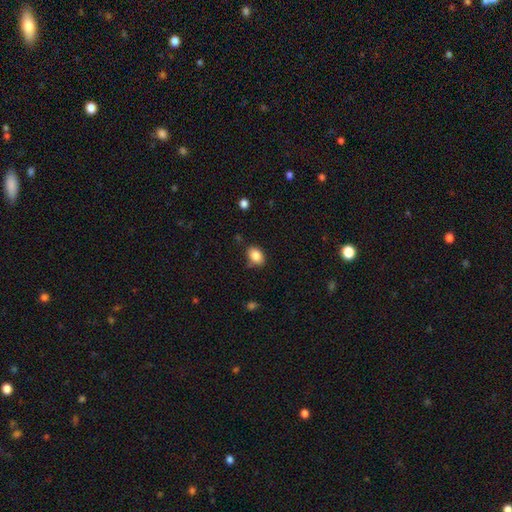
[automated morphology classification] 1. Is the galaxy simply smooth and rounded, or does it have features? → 85% smooth, 9% star or artifact, 7% featured or disk.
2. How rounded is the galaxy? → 75% in between, 24% round, 1% cigar-shaped.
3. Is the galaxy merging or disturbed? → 77% none, 17% minor disturbance, 3% major disturbance, 3% merger.